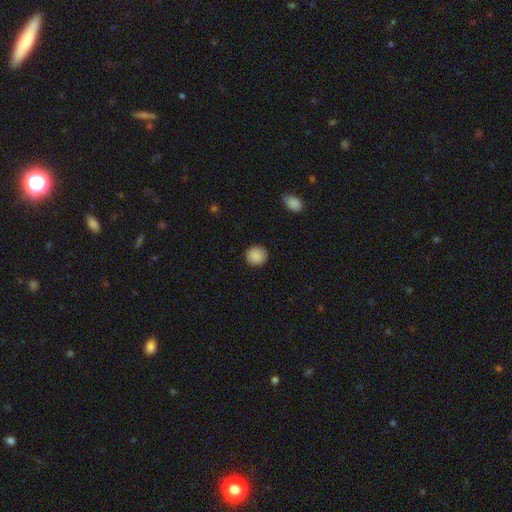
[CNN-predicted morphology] The model was most divided on "how rounded": round: 88%, in between: 12%, cigar-shaped: 1%. More confident: merging — none (90%); smooth or featured — smooth (89%).